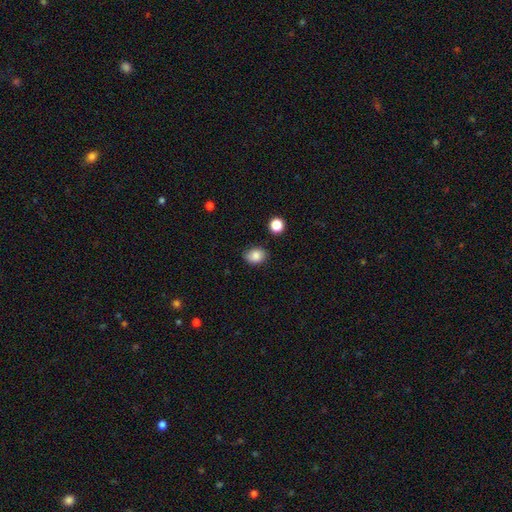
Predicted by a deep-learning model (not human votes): smooth 86%, star or artifact 9%, featured or disk 5%. Down the decision tree: how rounded — in between (60%); merging — none (80%).